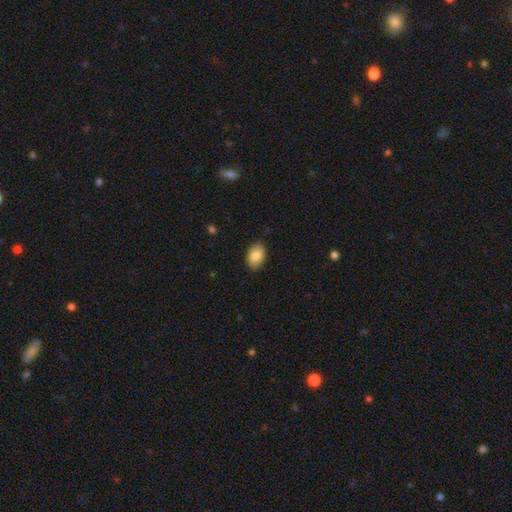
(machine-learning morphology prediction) This is clearly a smooth galaxy (86%). How rounded: clearly in between (87%). Merging: clearly none (85%).